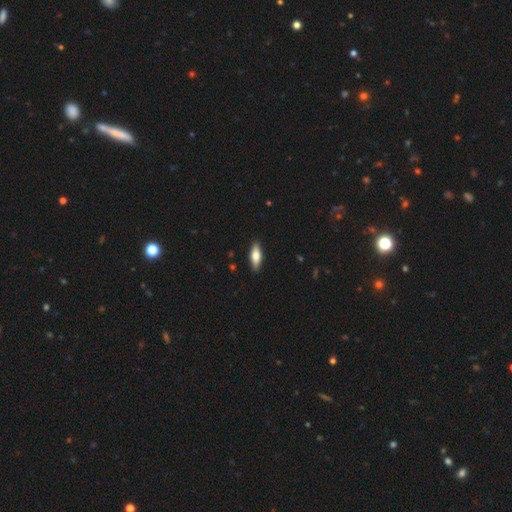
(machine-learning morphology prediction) A smooth galaxy with no disk features (66%) that is in between round and cigar-shaped (59%). Merging: none (89%).